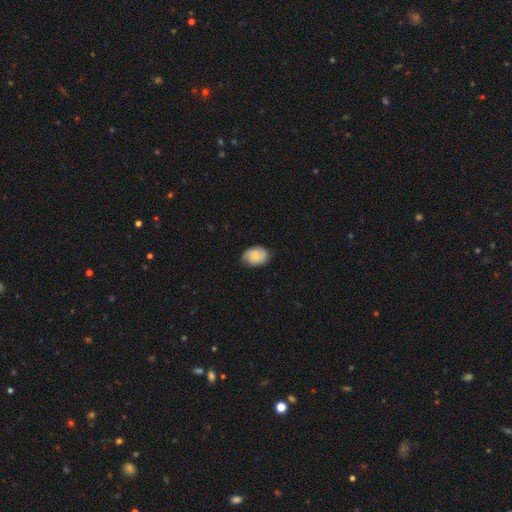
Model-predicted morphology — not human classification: type=smooth (64%); roundness=in between (75%); merging=none (74%).